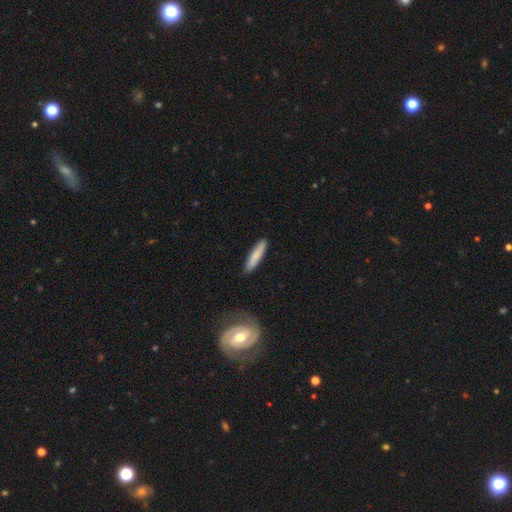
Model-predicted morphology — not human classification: Smooth or featured? Predicted: smooth (p=0.79). How rounded? Predicted: cigar-shaped (p=0.86). Merging? Predicted: none (p=0.87).